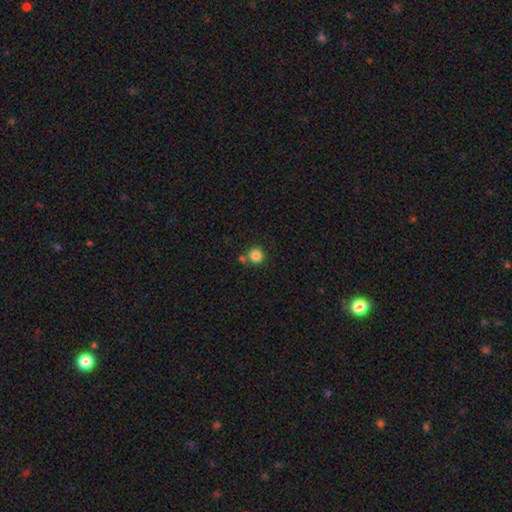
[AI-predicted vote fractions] smooth_or_featured: smooth (p=0.84) [alt: star or artifact p=0.11]
how_rounded: round (p=0.94) [alt: in between p=0.05]
merging: none (p=0.77) [alt: merger p=0.14]